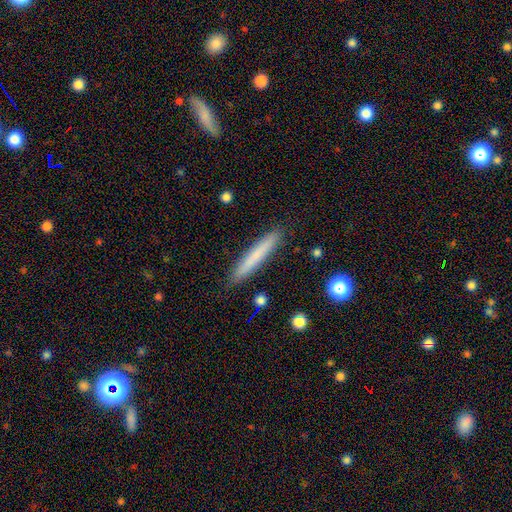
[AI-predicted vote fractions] Morphology: type=smooth (72%); roundness=cigar-shaped (95%); merging=none (90%).